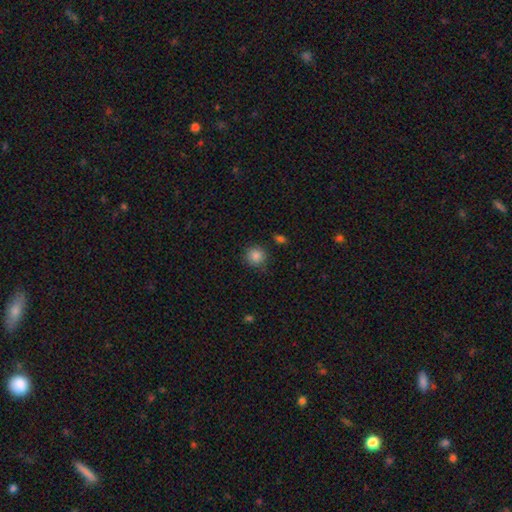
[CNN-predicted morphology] Overall: smooth (86%). How rounded: round (92%). Merging: none (85%).